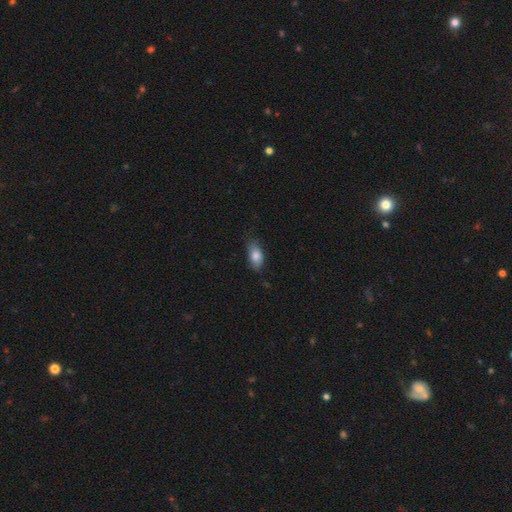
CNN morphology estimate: type=smooth (82%); roundness=in between (89%); merging=none (67%).